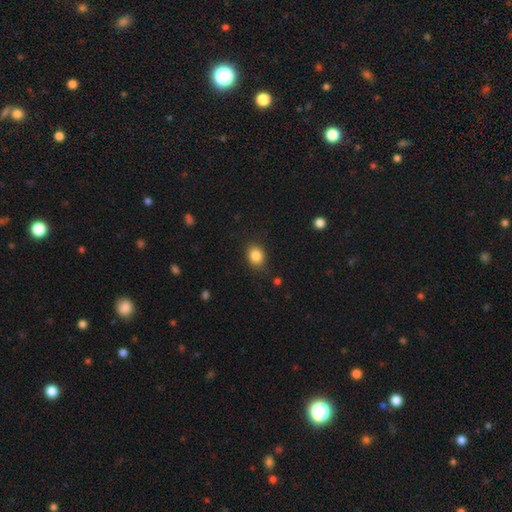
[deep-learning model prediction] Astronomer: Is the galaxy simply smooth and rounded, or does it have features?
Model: smooth — 85%.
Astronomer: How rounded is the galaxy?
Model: in between — 52% (runner-up: round, 47%).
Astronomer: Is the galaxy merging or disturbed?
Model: none — 84%.